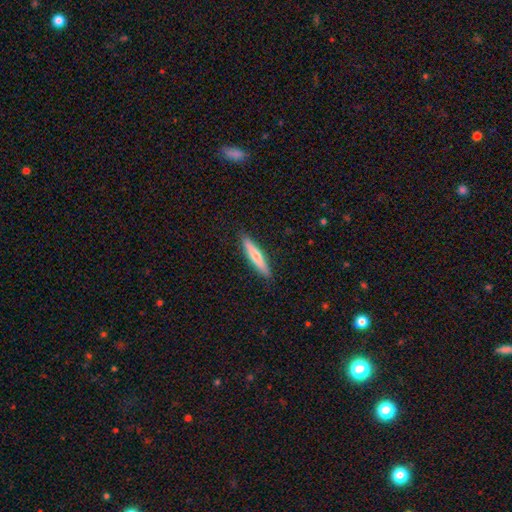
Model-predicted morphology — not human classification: Smooth or featured? smooth (60%)
How rounded? cigar-shaped (91%)
Merging? none (91%)